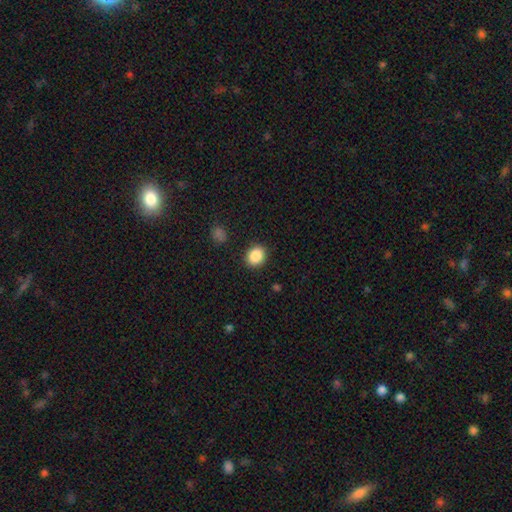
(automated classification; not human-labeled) smooth 87%, star or artifact 9%, featured or disk 4%. Down the decision tree: how rounded — round (61%); merging — none (89%).